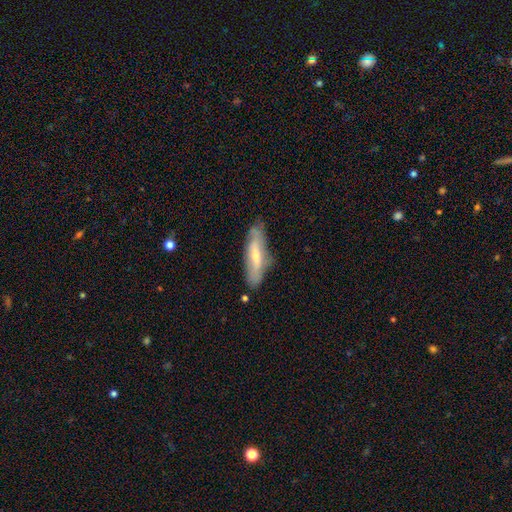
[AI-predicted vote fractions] A featured or disk galaxy (50%). Merging: none (71%).